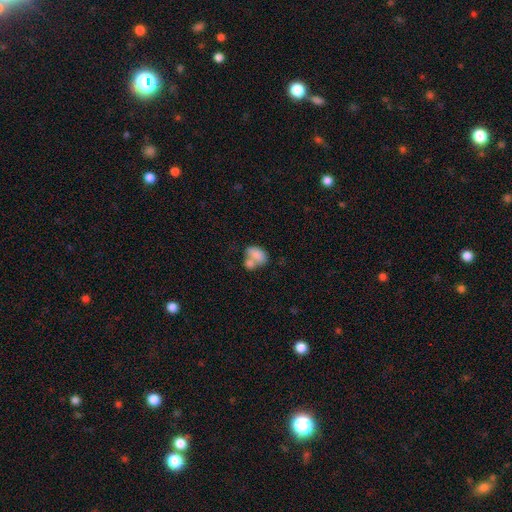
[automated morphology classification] smooth 80%, featured or disk 12%, star or artifact 8%. Down the decision tree: how rounded — in between (85%); merging — merger (57%).